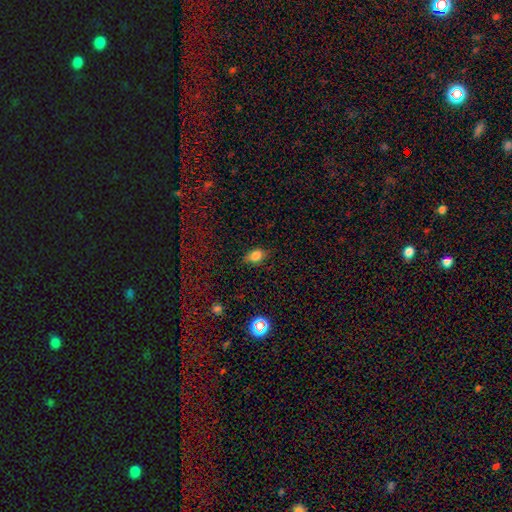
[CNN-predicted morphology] smooth_or_featured: smooth (p=0.81) [alt: star or artifact p=0.12]
how_rounded: in between (p=0.81) [alt: round p=0.17]
merging: none (p=0.77) [alt: minor disturbance p=0.18]